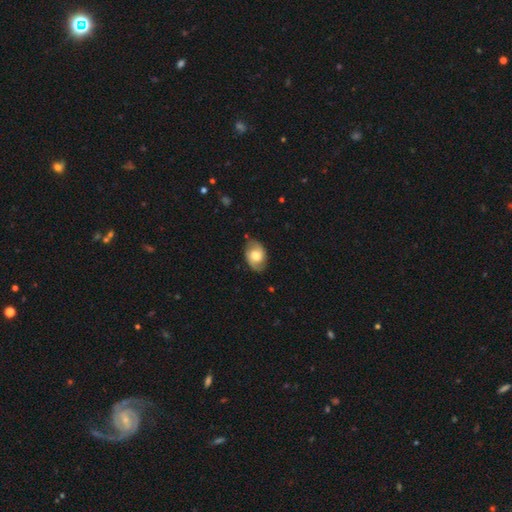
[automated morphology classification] A smooth galaxy with no disk features (47%). Merging: none (79%).